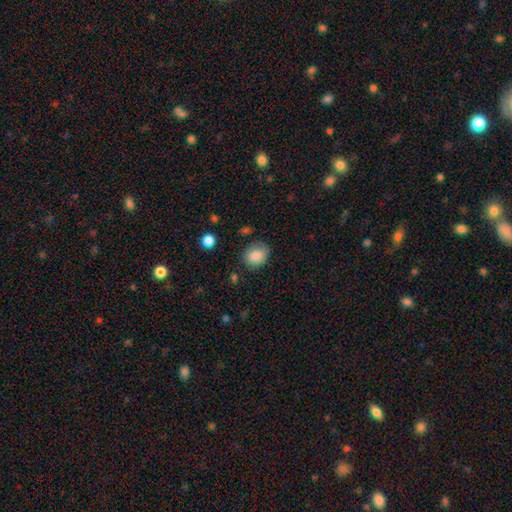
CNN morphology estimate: A smooth galaxy with no disk features (84%) that is round (57%). Merging: none (77%).